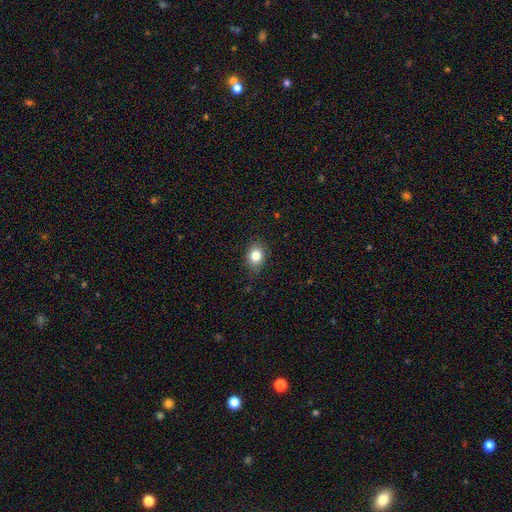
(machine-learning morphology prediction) Smooth or featured?
  - smooth: 82% *
  - star or artifact: 10%
  - featured or disk: 8%
How rounded?
  - in between: 52% *
  - round: 47%
  - cigar-shaped: 1%
Merging?
  - none: 82% *
  - minor disturbance: 14%
  - major disturbance: 3%
  - merger: 1%